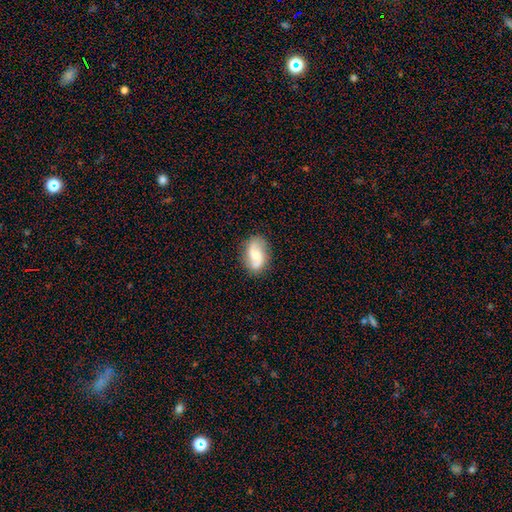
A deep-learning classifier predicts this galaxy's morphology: smooth-or-featured: featured or disk: 64% | smooth: 29% | star or artifact: 7%
  disk-edge-on: no: 97% | yes: 3%
    bar: no: 51% | weak: 39% | strong: 10%
    has-spiral-arms: yes: 91% | no: 9%
      spiral-winding: loose: 53% | medium: 35% | tight: 12%
      spiral-arm-count: 2: 89% | can't tell: 5% | 1: 3% | 3: 1% | 4: 1% | more than 4: 1%
    bulge-size: moderate: 54% | small: 35% | large: 6% | none: 4% | dominant: 2%
  merging: none: 79% | minor disturbance: 15% | major disturbance: 4% | merger: 2%